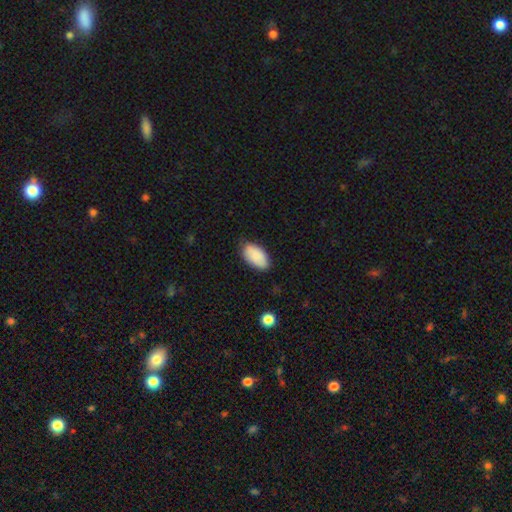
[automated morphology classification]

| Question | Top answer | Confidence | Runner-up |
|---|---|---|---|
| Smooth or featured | smooth | 89% | star or artifact (6%) |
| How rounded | in between | 95% | round (3%) |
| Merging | none | 76% | minor disturbance (19%) |